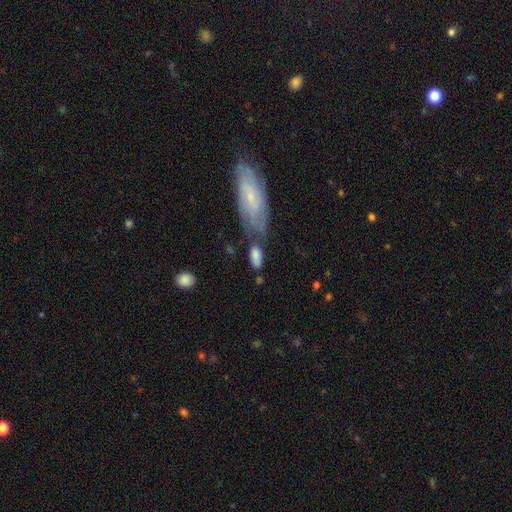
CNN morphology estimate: This is likely a smooth galaxy (77%). How rounded: clearly in between (89%). Merging: marginally none (45%).